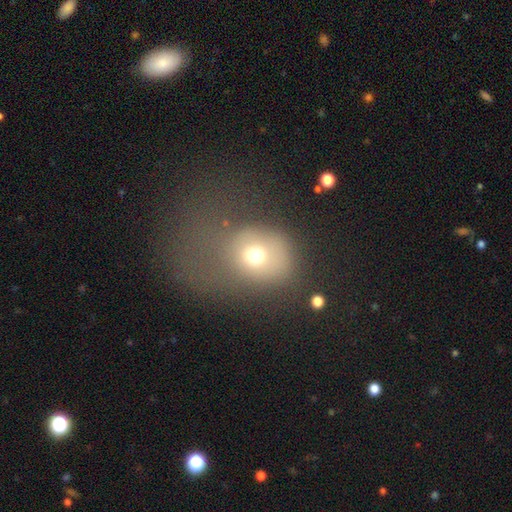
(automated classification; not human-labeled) A smooth galaxy with no disk features (67%) that is round (54%). Merging: major disturbance (51%).